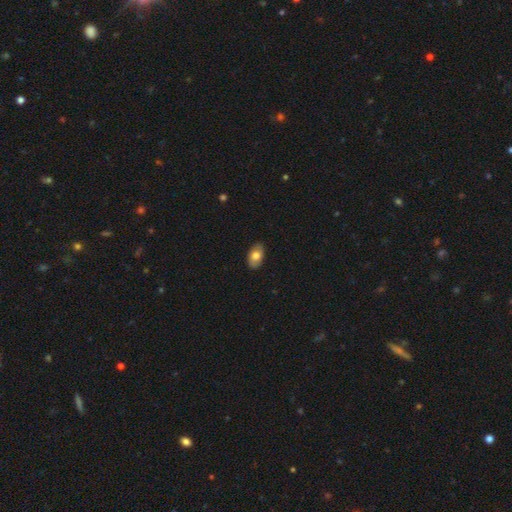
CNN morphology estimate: This appears to be a smooth galaxy with no disk features (75%) that is in between round and cigar-shaped (92%). Merging: none (86%).